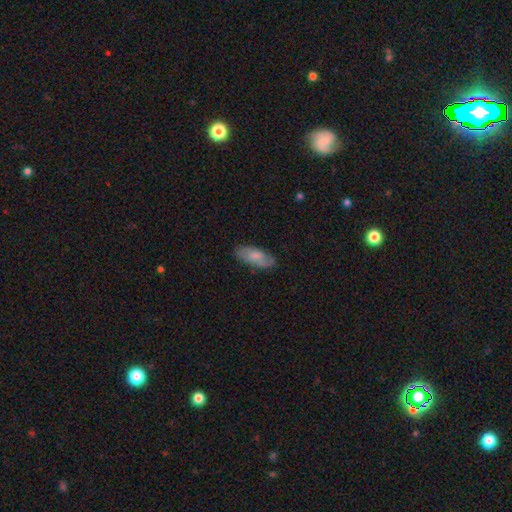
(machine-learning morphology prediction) This is likely a smooth galaxy (65%). How rounded: clearly in between (84%). Merging: likely none (79%).